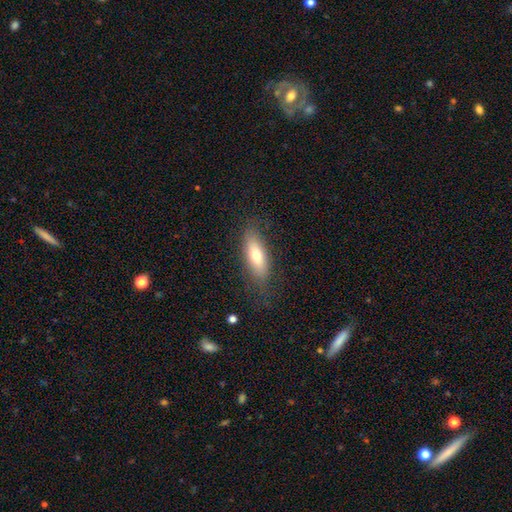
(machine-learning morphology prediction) Smooth or featured: smooth — 68% (featured or disk — 25%)
How rounded: in between — 64% (cigar-shaped — 33%)
Merging: none — 77% (minor disturbance — 16%)